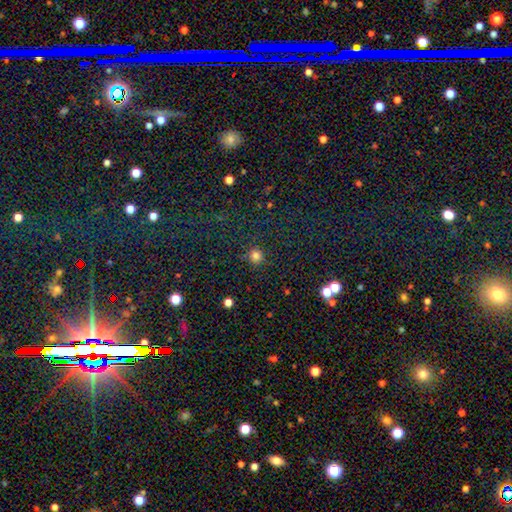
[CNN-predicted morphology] A smooth galaxy with no disk features (79%) that is round (93%).

Vote fractions:
- Smooth or featured? smooth: 79% / star or artifact: 16% / featured or disk: 5%
- How rounded? round: 93% / in between: 6% / cigar-shaped: 1%
- Merging? none: 86% / minor disturbance: 9% / major disturbance: 3% / merger: 2%